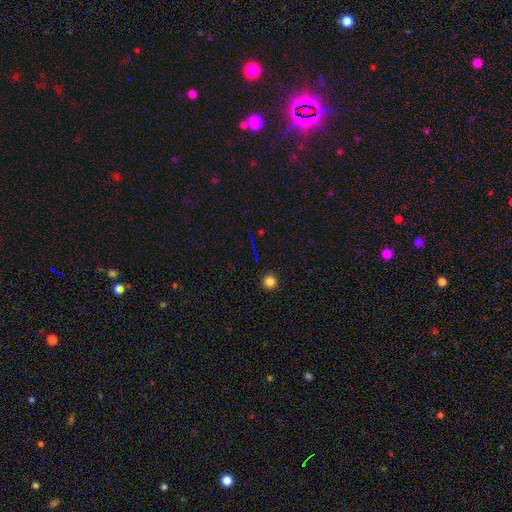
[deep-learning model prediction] smooth_or_featured: star or artifact (p=0.51) [alt: smooth p=0.40]